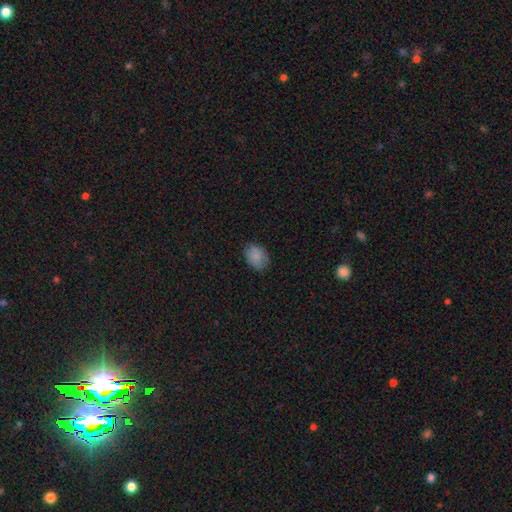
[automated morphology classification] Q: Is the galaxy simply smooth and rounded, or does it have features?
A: smooth — 85%.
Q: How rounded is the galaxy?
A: in between — 71%.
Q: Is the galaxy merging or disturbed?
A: none — 80%.